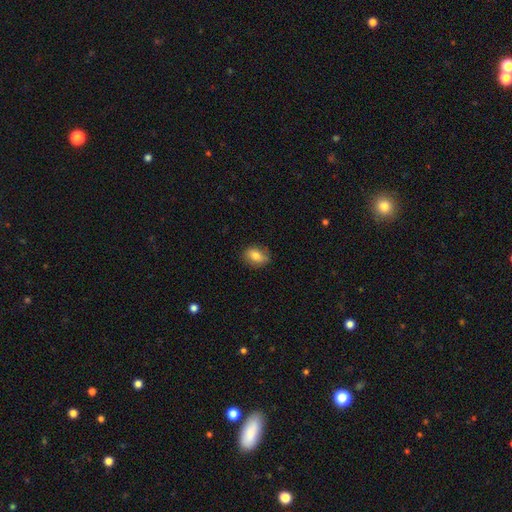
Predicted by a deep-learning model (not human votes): smooth_or_featured: smooth (p=0.77) [alt: featured or disk p=0.14]
how_rounded: in between (p=0.70) [alt: round p=0.28]
merging: none (p=0.77) [alt: minor disturbance p=0.18]